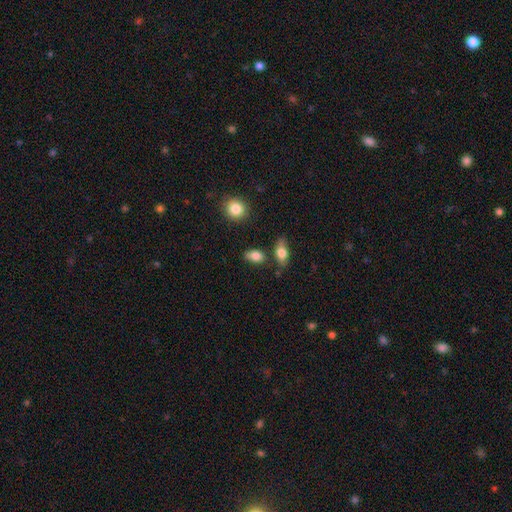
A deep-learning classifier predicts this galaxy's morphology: smooth 83%, featured or disk 8%, star or artifact 8%. Down the decision tree: how rounded — in between (83%); merging — none (69%).